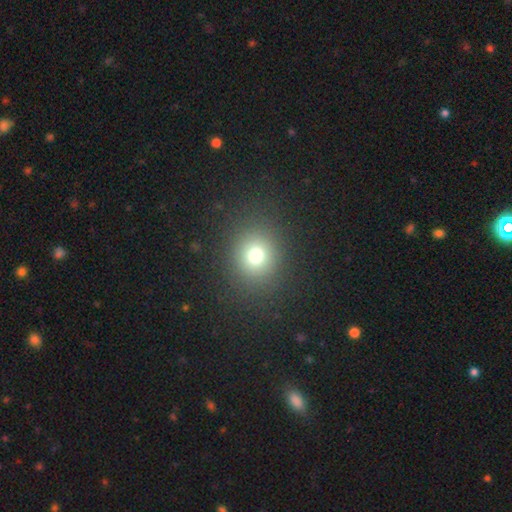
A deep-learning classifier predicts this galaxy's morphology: Smooth or featured? smooth (73%)
How rounded? round (81%)
Merging? none (87%)